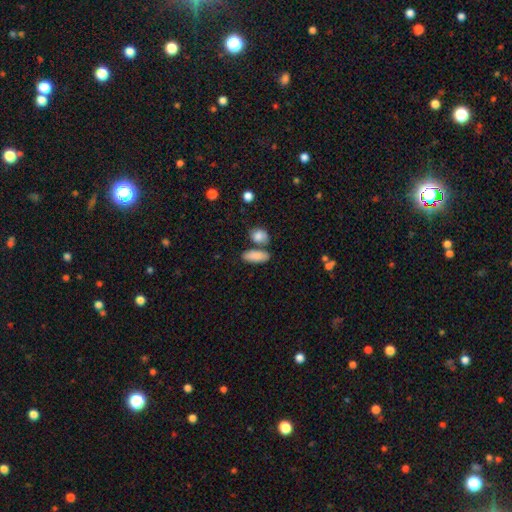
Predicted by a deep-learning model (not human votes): This appears to be a smooth galaxy with no disk features (85%) that is in between round and cigar-shaped (78%). Merging: none (61%).